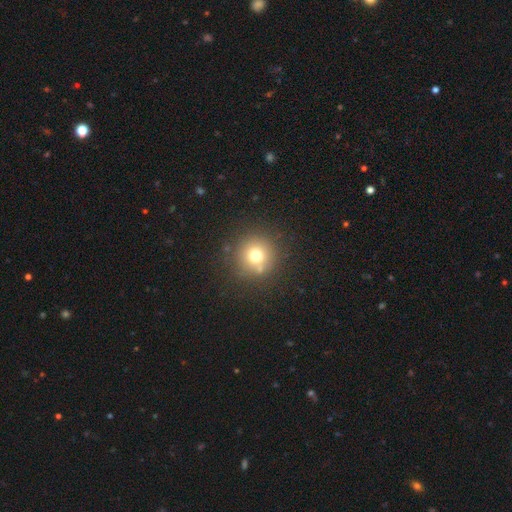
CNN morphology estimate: Smooth or featured: smooth — 70% (star or artifact — 17%)
How rounded: round — 94% (in between — 5%)
Merging: none — 81% (minor disturbance — 9%)